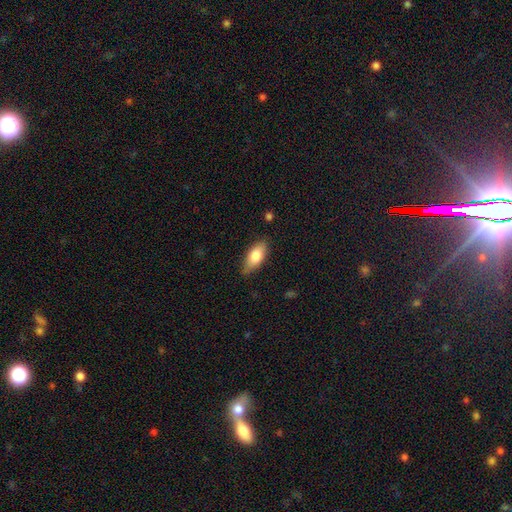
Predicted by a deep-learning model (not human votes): smooth_or_featured: smooth (p=0.77) [alt: featured or disk p=0.16]
how_rounded: in between (p=0.84) [alt: cigar-shaped p=0.13]
merging: none (p=0.77) [alt: minor disturbance p=0.18]